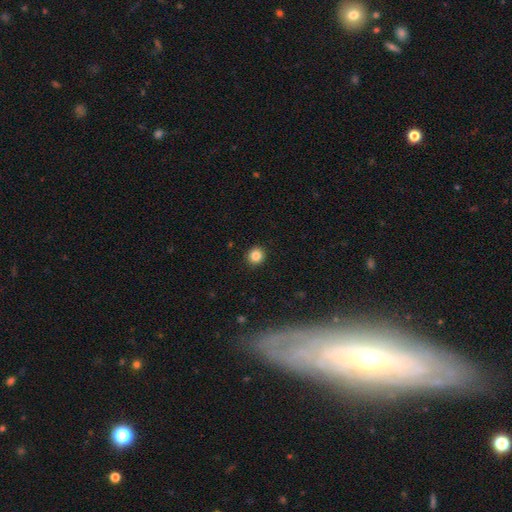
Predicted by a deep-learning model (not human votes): The model was most divided on "smooth or featured": smooth: 84%, star or artifact: 11%, featured or disk: 5%. More confident: merging — none (92%); how rounded — round (91%).